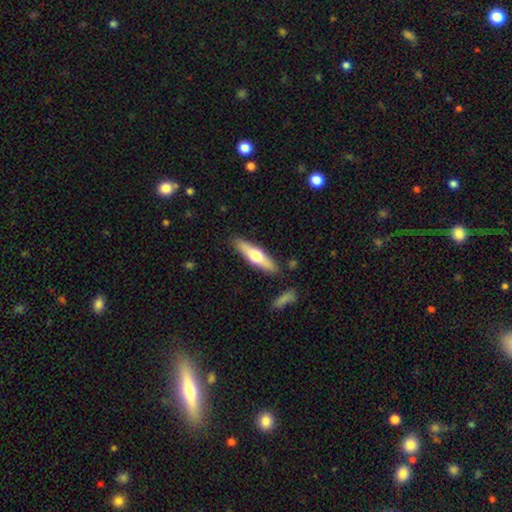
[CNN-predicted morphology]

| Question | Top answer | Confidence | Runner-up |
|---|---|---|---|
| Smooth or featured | featured or disk | 48% | smooth (47%) |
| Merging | none | 87% | minor disturbance (9%) |